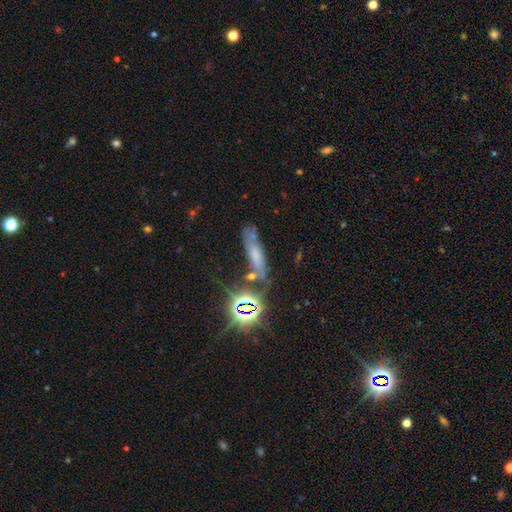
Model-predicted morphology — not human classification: smooth-or-featured: smooth: 43% | star or artifact: 34% | featured or disk: 24%
  merging: none: 60% | minor disturbance: 20% | merger: 11% | major disturbance: 9%